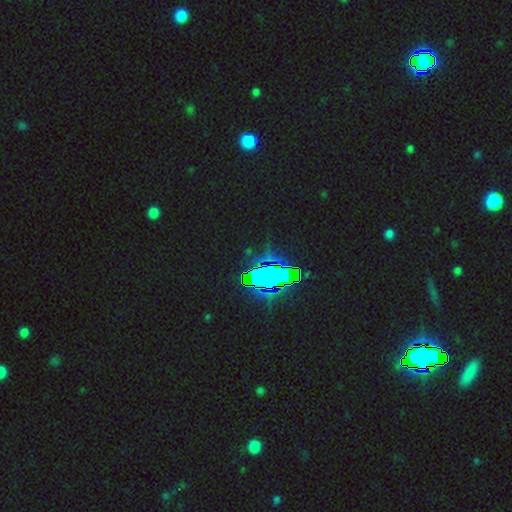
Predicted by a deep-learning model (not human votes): Smooth or featured?
  - star or artifact: 83% *
  - smooth: 10%
  - featured or disk: 7%